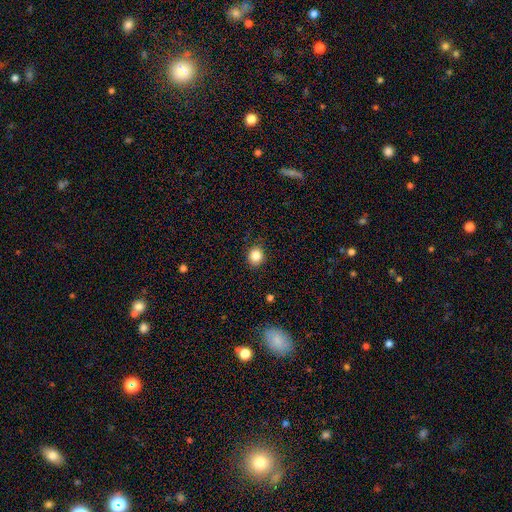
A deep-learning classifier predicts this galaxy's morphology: type=smooth (85%); roundness=round (75%); merging=none (88%).